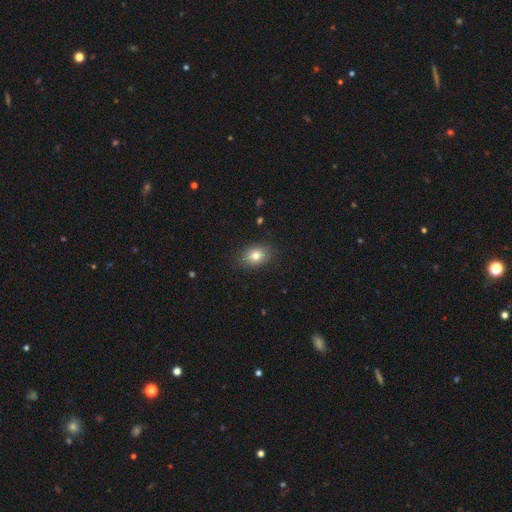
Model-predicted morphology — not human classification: smooth_or_featured: smooth (p=0.79) [alt: star or artifact p=0.11]
how_rounded: in between (p=0.63) [alt: round p=0.35]
merging: none (p=0.86) [alt: minor disturbance p=0.10]